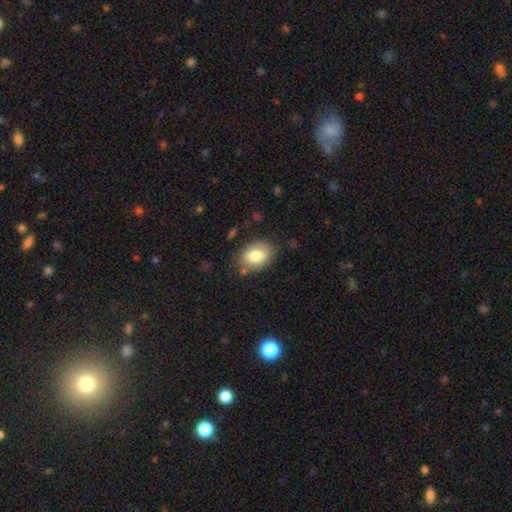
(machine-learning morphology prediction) The model was most divided on "how rounded": in between: 78%, round: 21%, cigar-shaped: 1%. More confident: smooth or featured — smooth (80%); merging — none (78%).